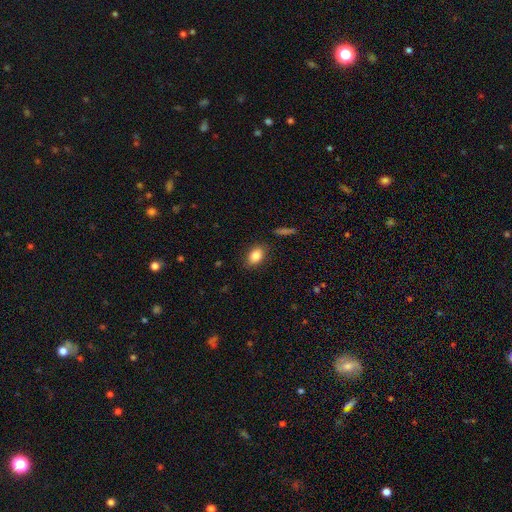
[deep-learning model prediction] Smooth or featured? smooth (85%)
How rounded? in between (84%)
Merging? none (85%)